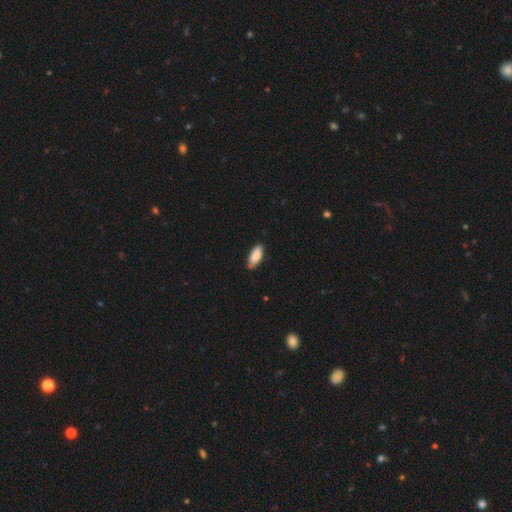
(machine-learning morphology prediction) Smooth or featured: smooth — 86% (featured or disk — 8%)
How rounded: in between — 83% (cigar-shaped — 15%)
Merging: none — 76% (minor disturbance — 20%)